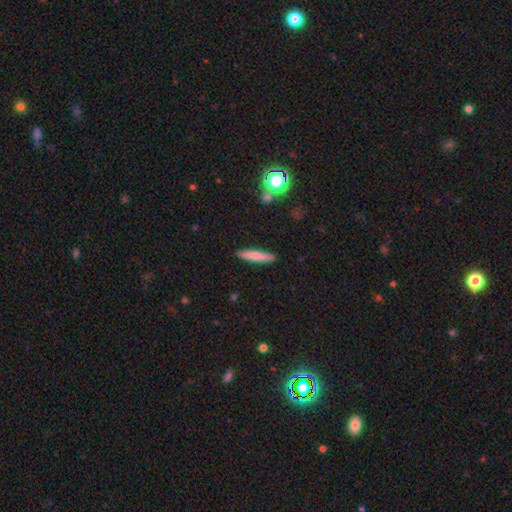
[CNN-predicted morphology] This is likely a smooth galaxy (76%). How rounded: clearly cigar-shaped (87%). Merging: clearly none (90%).